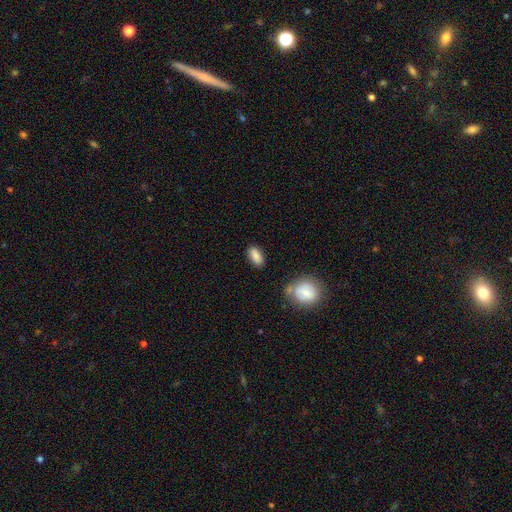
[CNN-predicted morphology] Smooth or featured?
  - smooth: 87% *
  - star or artifact: 7%
  - featured or disk: 6%
How rounded?
  - in between: 87% *
  - cigar-shaped: 10%
  - round: 4%
Merging?
  - none: 82% *
  - minor disturbance: 12%
  - merger: 3%
  - major disturbance: 3%